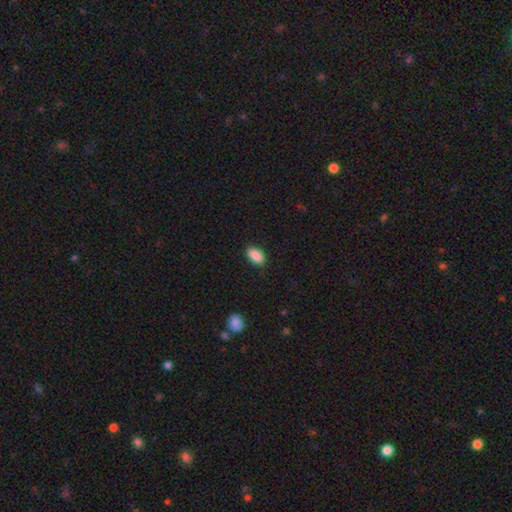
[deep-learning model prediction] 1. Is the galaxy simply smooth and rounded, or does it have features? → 89% smooth, 7% star or artifact, 3% featured or disk.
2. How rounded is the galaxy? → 92% in between, 5% round, 3% cigar-shaped.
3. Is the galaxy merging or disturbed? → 85% none, 12% minor disturbance, 2% major disturbance, 1% merger.